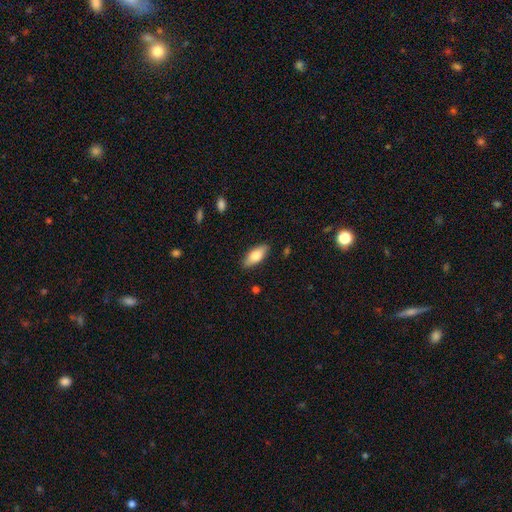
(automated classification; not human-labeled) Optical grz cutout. It shows a smooth galaxy with no disk features (76%) that is in between round and cigar-shaped (83%). Merging: none (87%).